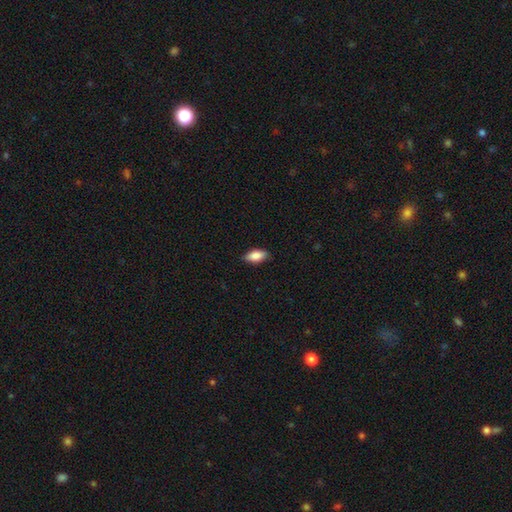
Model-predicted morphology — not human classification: This is clearly a smooth galaxy (85%). How rounded: clearly in between (89%). Merging: clearly none (85%).